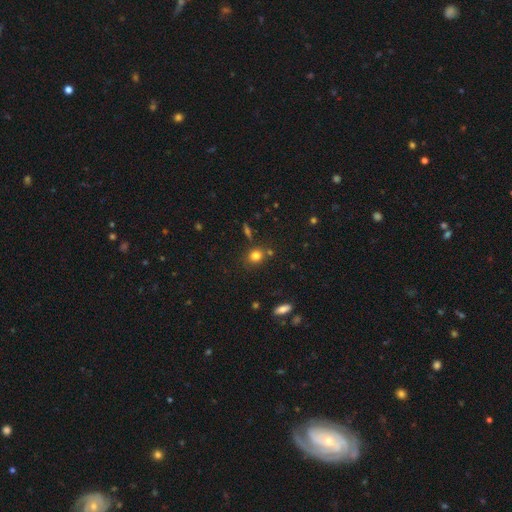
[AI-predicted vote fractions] Smooth or featured: smooth — 80% (star or artifact — 13%)
How rounded: round — 70% (in between — 29%)
Merging: none — 76% (minor disturbance — 12%)